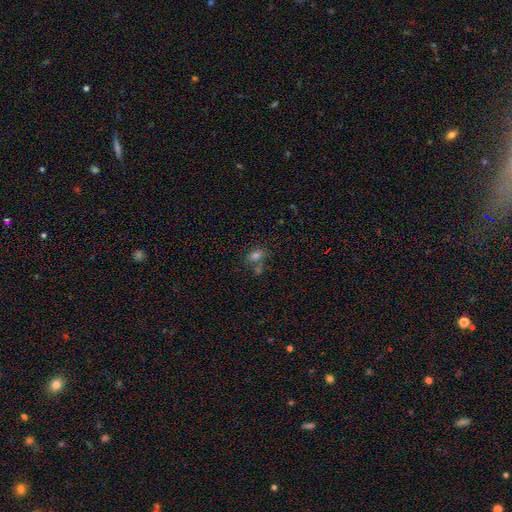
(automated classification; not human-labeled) Morphology: type=smooth (70%); roundness=in between (76%); merging=none (50%).